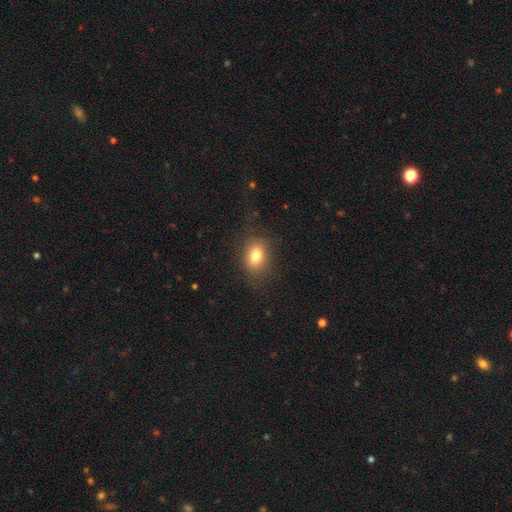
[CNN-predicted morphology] This appears to be a smooth galaxy with no disk features (79%) that is in between round and cigar-shaped (71%). Merging: none (76%).